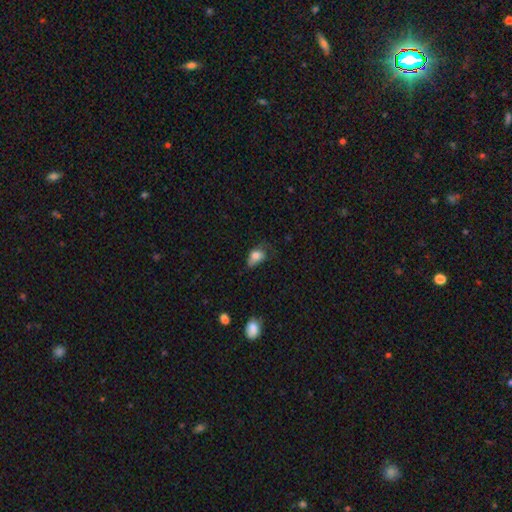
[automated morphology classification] Smooth or featured? smooth (77%)
How rounded? in between (84%)
Merging? minor disturbance (37%)